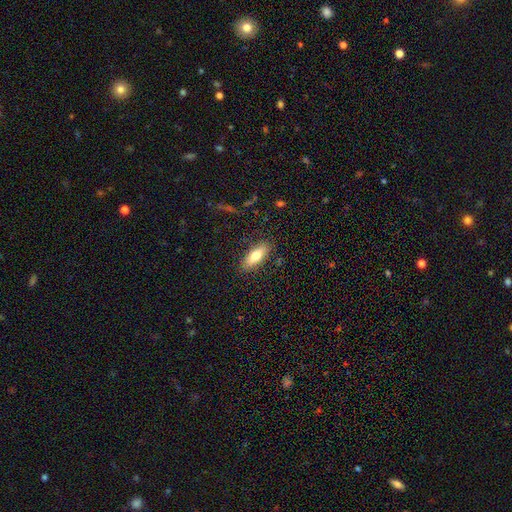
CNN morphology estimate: A smooth galaxy with no disk features (73%) that is in between round and cigar-shaped (72%). Merging: none (86%).